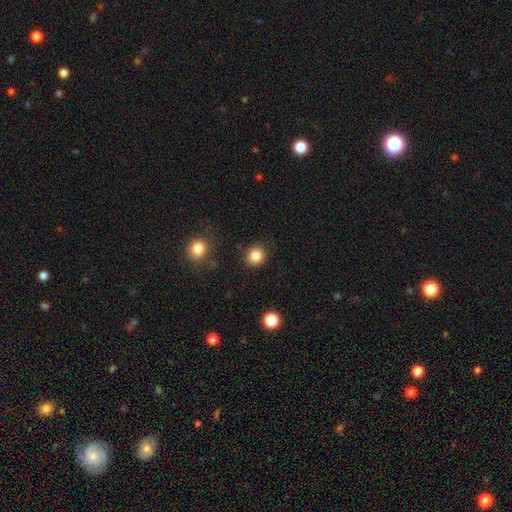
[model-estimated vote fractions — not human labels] smooth 85%, star or artifact 10%, featured or disk 5%. Down the decision tree: how rounded — round (85%); merging — none (89%).